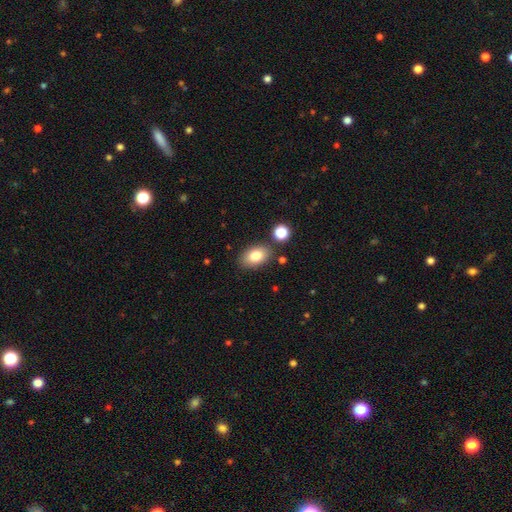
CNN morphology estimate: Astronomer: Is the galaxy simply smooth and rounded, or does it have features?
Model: smooth — 82%.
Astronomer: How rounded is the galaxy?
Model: in between — 89%.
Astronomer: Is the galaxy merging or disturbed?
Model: none — 82%.